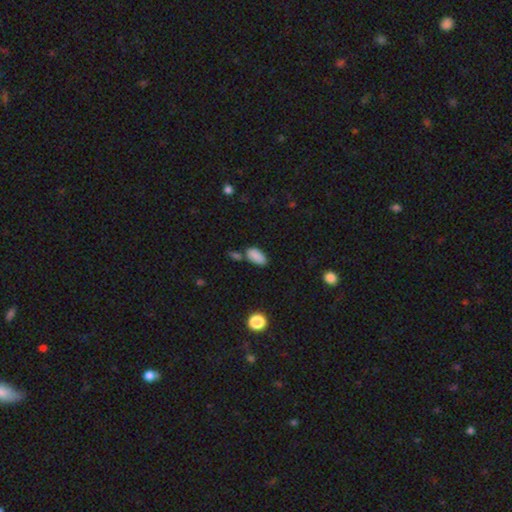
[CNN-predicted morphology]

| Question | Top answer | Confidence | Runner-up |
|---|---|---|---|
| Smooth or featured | smooth | 86% | star or artifact (9%) |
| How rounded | in between | 93% | cigar-shaped (4%) |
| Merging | none | 63% | merger (16%) |